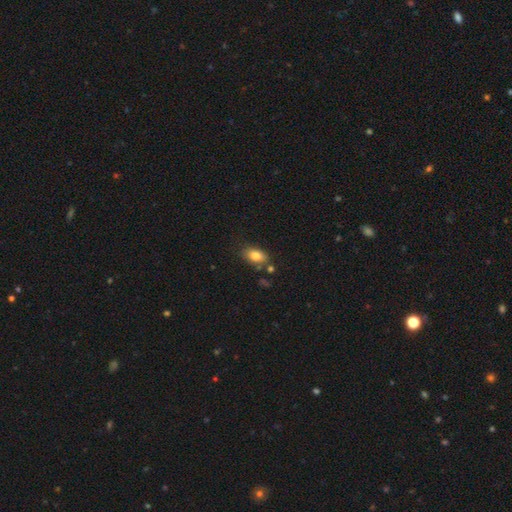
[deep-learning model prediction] Q: Smooth or featured?
A: smooth (83%); runner-up: featured or disk (9%)
Q: How rounded?
A: in between (88%); runner-up: round (10%)
Q: Merging?
A: none (73%); runner-up: minor disturbance (16%)